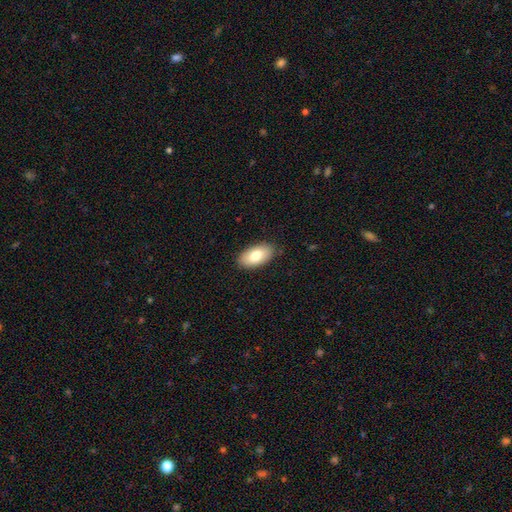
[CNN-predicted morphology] smooth_or_featured: smooth (p=0.80) [alt: featured or disk p=0.14]
how_rounded: in between (p=0.95) [alt: round p=0.03]
merging: none (p=0.87) [alt: minor disturbance p=0.10]